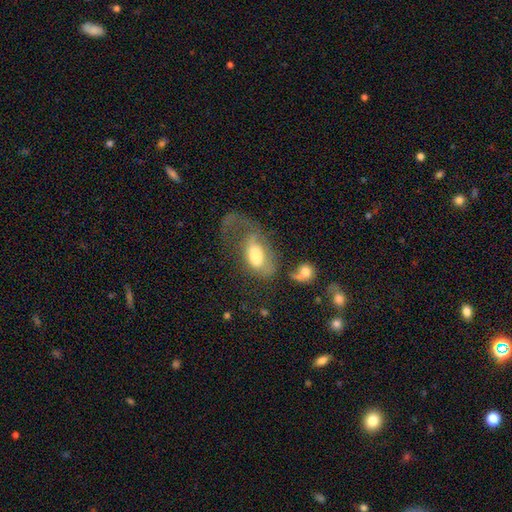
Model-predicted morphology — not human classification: Q: Smooth or featured?
A: smooth (51%); runner-up: featured or disk (40%)
Q: How rounded?
A: in between (89%); runner-up: round (7%)
Q: Merging?
A: major disturbance (58%); runner-up: none (17%)